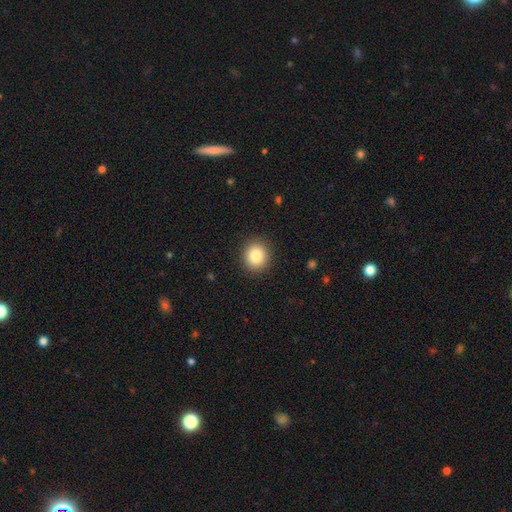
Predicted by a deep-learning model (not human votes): Overall: smooth (84%). How rounded: round (86%). Merging: none (91%).